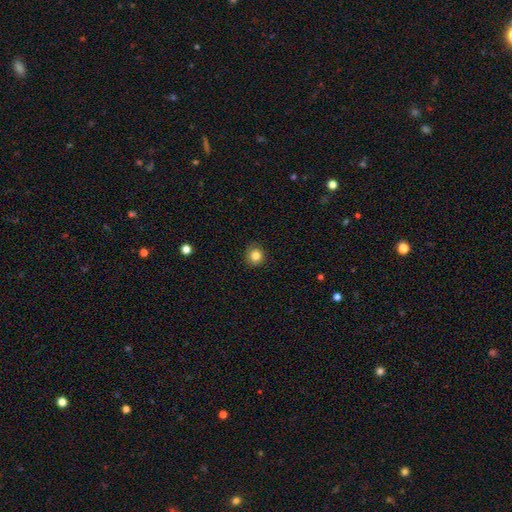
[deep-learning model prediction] This is clearly a smooth galaxy (83%). How rounded: clearly round (89%). Merging: clearly none (88%).